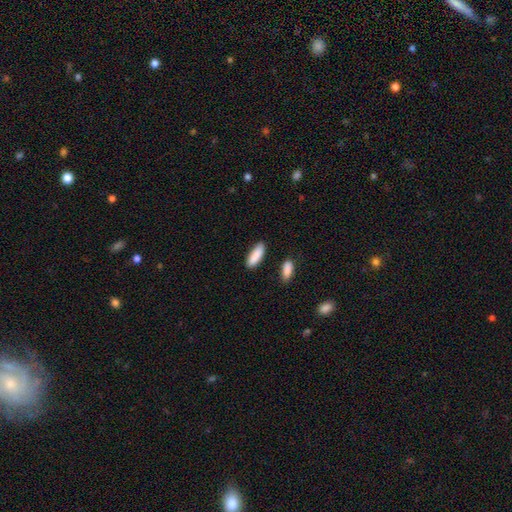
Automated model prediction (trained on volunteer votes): This appears to be a smooth galaxy with no disk features (89%) that is in between round and cigar-shaped (58%). Merging: none (85%).